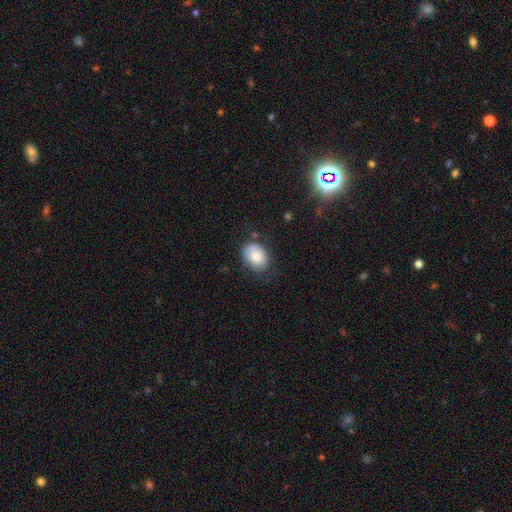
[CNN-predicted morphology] Smooth or featured: smooth — 84% (featured or disk — 9%)
How rounded: in between — 73% (round — 26%)
Merging: none — 70% (minor disturbance — 21%)